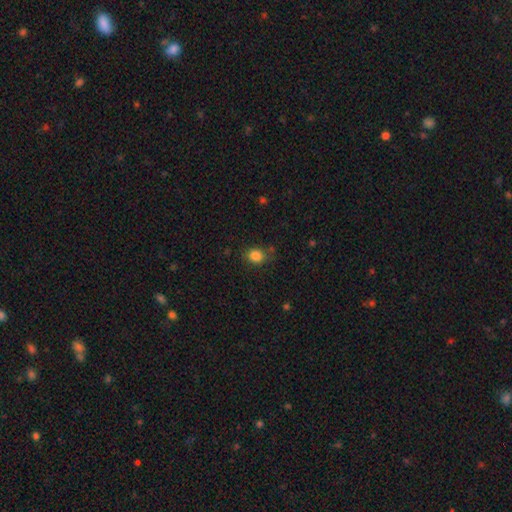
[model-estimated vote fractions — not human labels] A smooth galaxy with no disk features (84%) that is round (66%).

Vote fractions:
- Smooth or featured? smooth: 84% / star or artifact: 11% / featured or disk: 5%
- How rounded? round: 66% / in between: 33% / cigar-shaped: 1%
- Merging? none: 77% / minor disturbance: 15% / major disturbance: 4% / merger: 3%